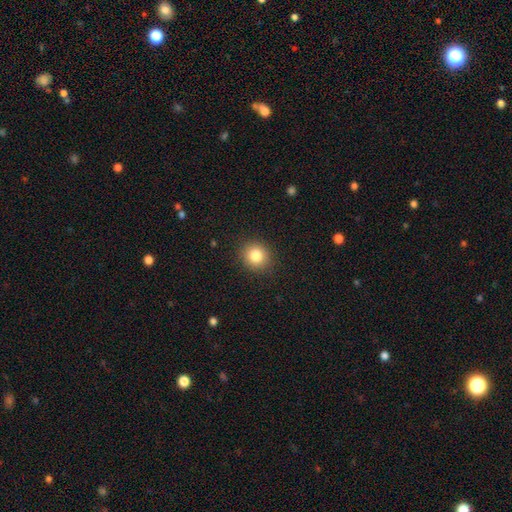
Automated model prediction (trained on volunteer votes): A smooth galaxy with no disk features (83%) that is round (85%).

Vote fractions:
- Smooth or featured? smooth: 83% / star or artifact: 11% / featured or disk: 7%
- How rounded? round: 85% / in between: 14% / cigar-shaped: 1%
- Merging? none: 90% / minor disturbance: 7% / major disturbance: 2% / merger: 1%